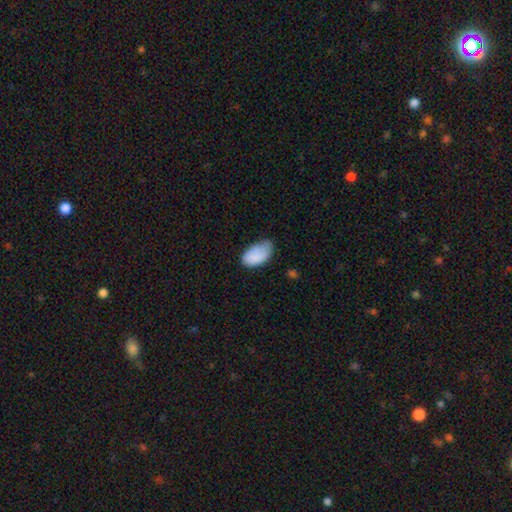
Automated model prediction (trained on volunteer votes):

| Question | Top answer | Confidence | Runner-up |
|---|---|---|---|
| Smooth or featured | smooth | 87% | star or artifact (7%) |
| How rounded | in between | 95% | round (3%) |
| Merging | minor disturbance | 44% | tied: none (44%) |